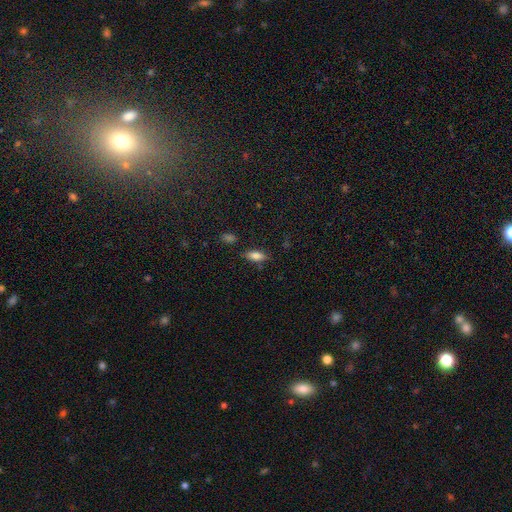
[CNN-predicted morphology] This is clearly a smooth galaxy (80%). How rounded: likely in between (80%). Merging: likely none (79%).